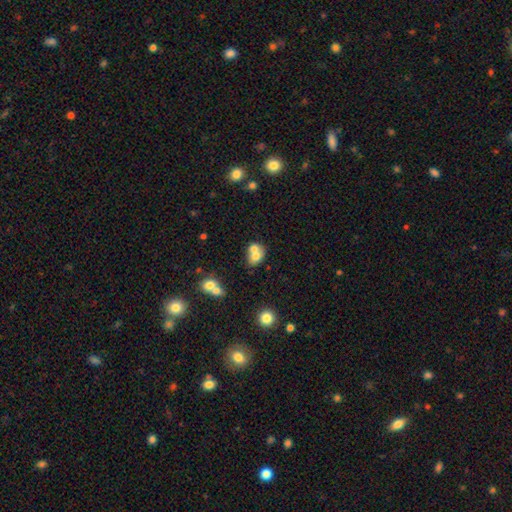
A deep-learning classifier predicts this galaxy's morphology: smooth-or-featured: smooth: 66% | featured or disk: 23% | star or artifact: 11%
  how-rounded: round: 52% | in between: 47% | cigar-shaped: 1%
  merging: merger: 62% | none: 26% | minor disturbance: 8% | major disturbance: 4%